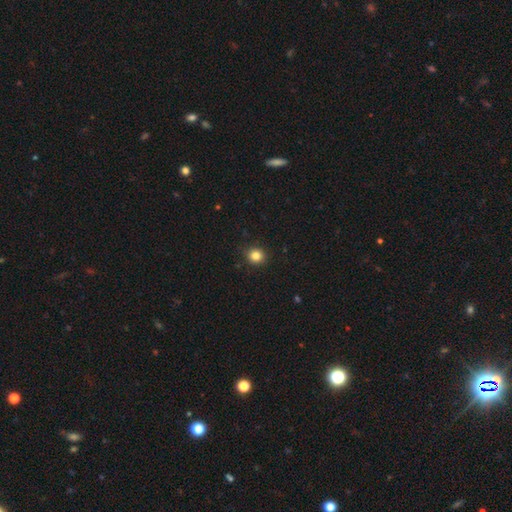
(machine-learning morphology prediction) smooth_or_featured: smooth (p=0.84) [alt: star or artifact p=0.12]
how_rounded: round (p=0.86) [alt: in between p=0.13]
merging: none (p=0.90) [alt: minor disturbance p=0.07]